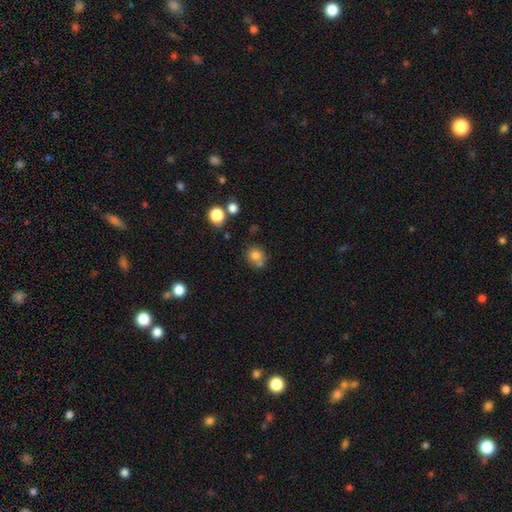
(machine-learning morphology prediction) type=smooth (77%); roundness=round (78%); merging=none (58%).